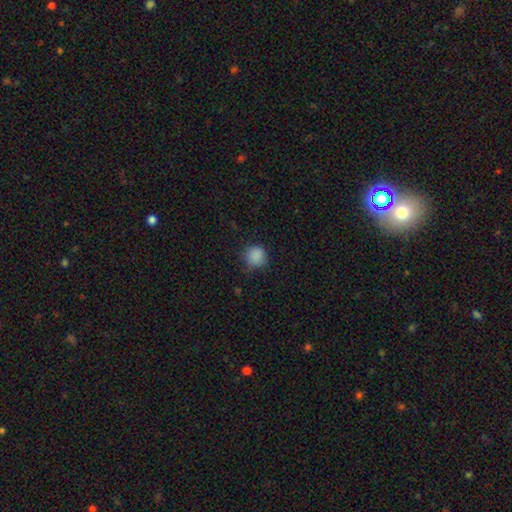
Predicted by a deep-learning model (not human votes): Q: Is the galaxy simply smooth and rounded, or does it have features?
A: smooth — 85%.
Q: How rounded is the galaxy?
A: round — 89%.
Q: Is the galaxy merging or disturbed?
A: none — 73%.